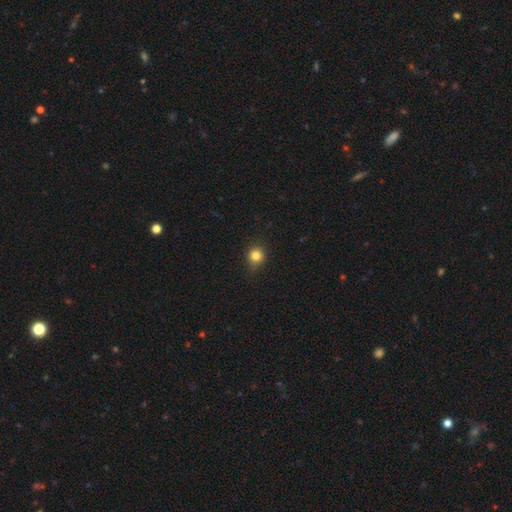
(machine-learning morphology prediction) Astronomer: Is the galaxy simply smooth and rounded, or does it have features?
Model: smooth — 81%.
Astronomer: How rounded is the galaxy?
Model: round — 85%.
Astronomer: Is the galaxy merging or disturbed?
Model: none — 80%.